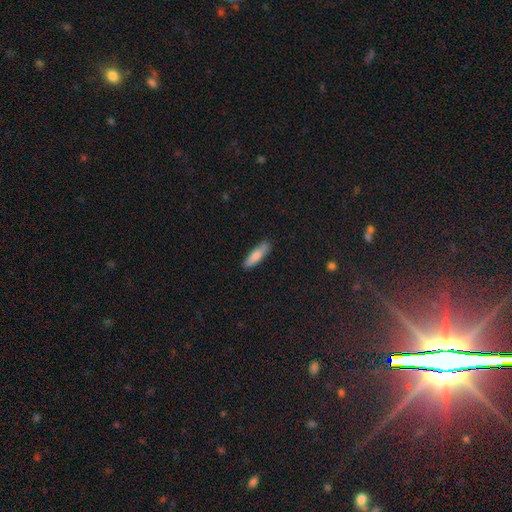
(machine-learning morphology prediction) The model was most divided on "how rounded": cigar-shaped: 62%, in between: 37%, round: 2%. More confident: merging — none (82%); smooth or featured — smooth (81%).